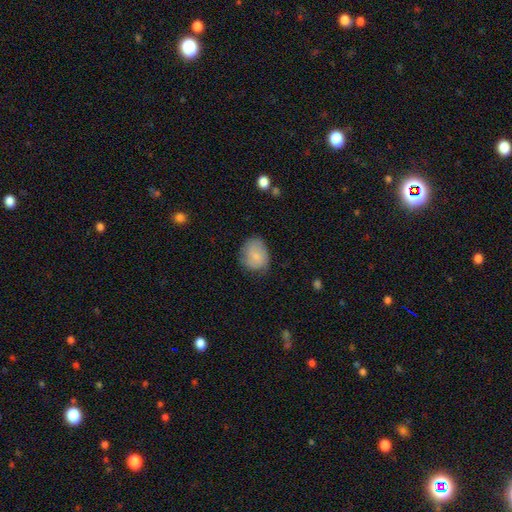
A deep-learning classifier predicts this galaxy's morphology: smooth-or-featured: smooth: 80% | featured or disk: 13% | star or artifact: 7%
  how-rounded: round: 64% | in between: 35% | cigar-shaped: 1%
  merging: none: 66% | minor disturbance: 26% | major disturbance: 7% | merger: 1%